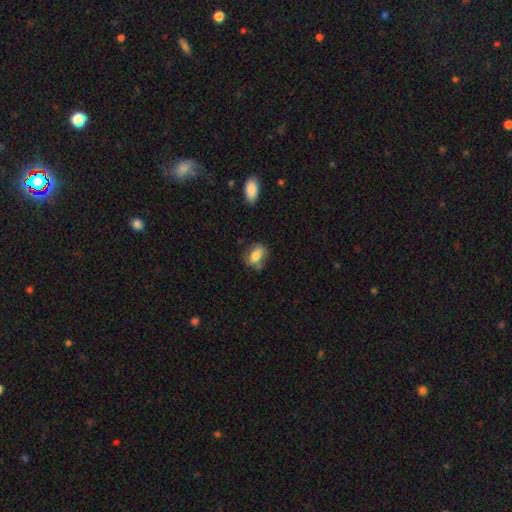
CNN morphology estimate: smooth-or-featured: smooth: 76% | featured or disk: 16% | star or artifact: 8%
  how-rounded: in between: 79% | round: 17% | cigar-shaped: 3%
  merging: none: 62% | minor disturbance: 22% | merger: 10% | major disturbance: 6%